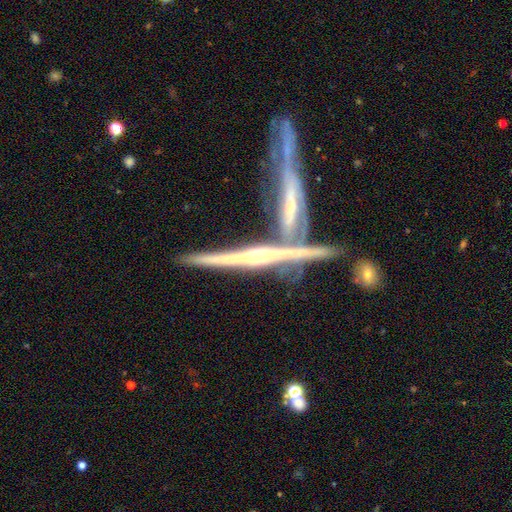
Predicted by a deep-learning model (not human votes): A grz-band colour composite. It shows a featured or disk galaxy (84%) viewed edge-on (96%) with a rounded central bulge (67%). Merging: none (60%).